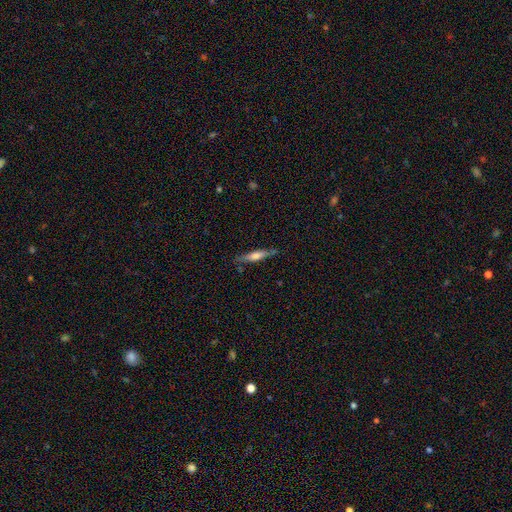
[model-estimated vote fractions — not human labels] Smooth or featured?
  - smooth: 49% *
  - featured or disk: 45%
  - star or artifact: 6%
Merging?
  - none: 79% *
  - minor disturbance: 15%
  - major disturbance: 3%
  - merger: 3%